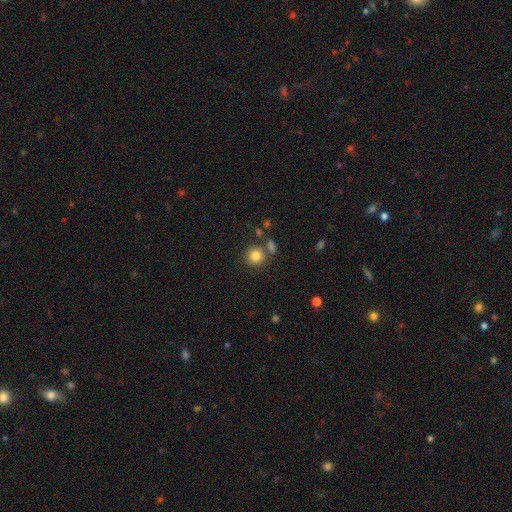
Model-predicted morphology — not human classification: This is clearly a smooth galaxy (82%). How rounded: clearly round (92%). Merging: likely none (76%).